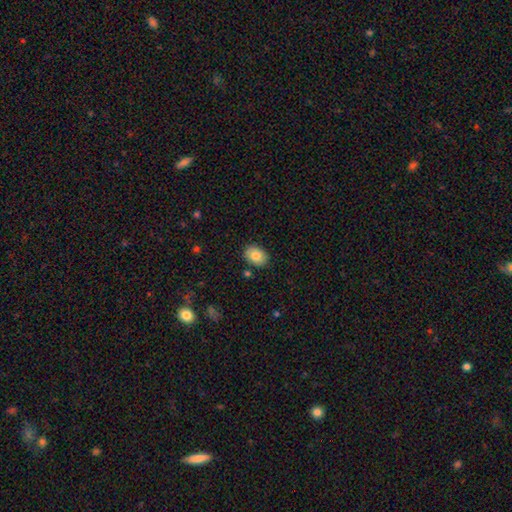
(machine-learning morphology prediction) Smooth or featured? Predicted: smooth (p=0.82). How rounded? Predicted: in between (p=0.76). Merging? Predicted: none (p=0.85).